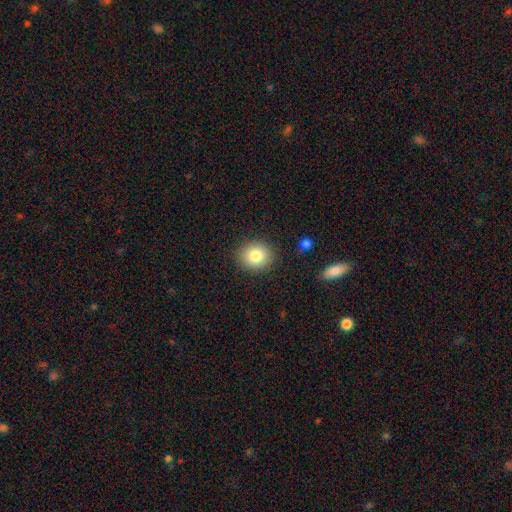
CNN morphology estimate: Smooth or featured?
  - smooth: 83% *
  - star or artifact: 9%
  - featured or disk: 8%
How rounded?
  - round: 76% *
  - in between: 23%
  - cigar-shaped: 1%
Merging?
  - none: 88% *
  - minor disturbance: 8%
  - major disturbance: 2%
  - merger: 1%